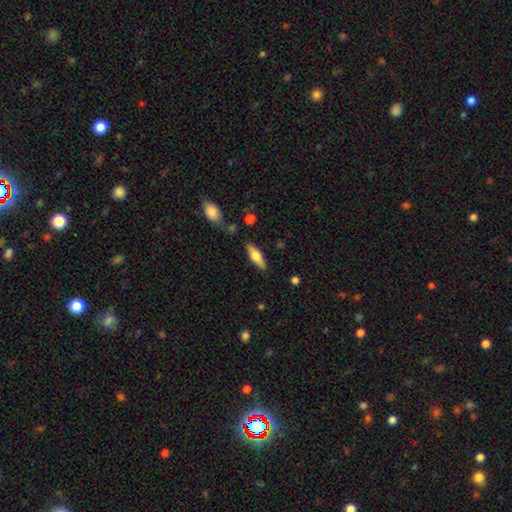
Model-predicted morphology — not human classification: smooth_or_featured: smooth (p=0.51) [alt: featured or disk p=0.43]
how_rounded: in between (p=0.51) [alt: cigar-shaped p=0.46]
merging: none (p=0.81) [alt: minor disturbance p=0.12]